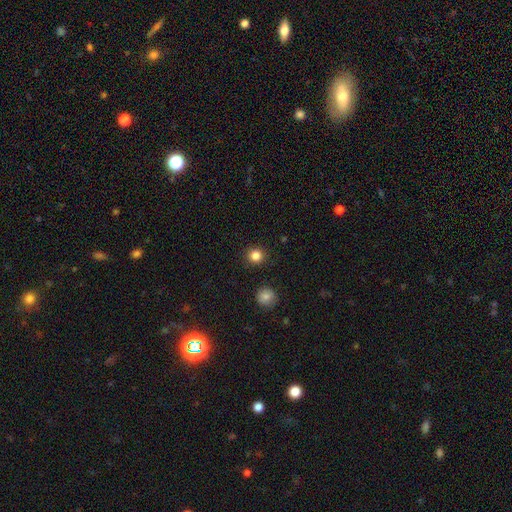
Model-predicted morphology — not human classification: A smooth galaxy with no disk features (83%) that is round (93%). Merging: none (91%).